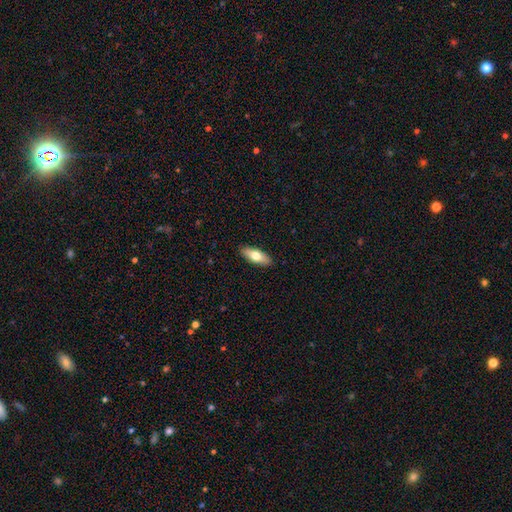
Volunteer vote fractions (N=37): A smooth galaxy with no disk features (70%) that is in between round and cigar-shaped (85%).

Vote fractions:
- Smooth or featured? smooth: 70% / featured or disk: 24% / star or artifact: 5%
- How rounded? in between: 85% / cigar-shaped: 15% / round: 0%
- Merging? none: 94% / minor disturbance: 3% / major disturbance: 3% / merger: 0%